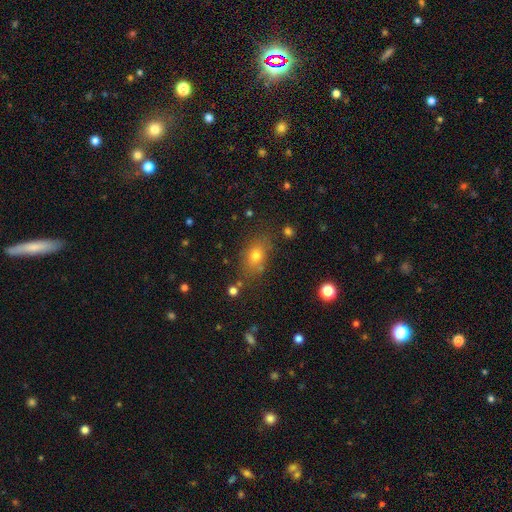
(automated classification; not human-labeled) smooth_or_featured: smooth (p=0.72) [alt: star or artifact p=0.16]
how_rounded: in between (p=0.70) [alt: round p=0.27]
merging: none (p=0.76) [alt: minor disturbance p=0.14]